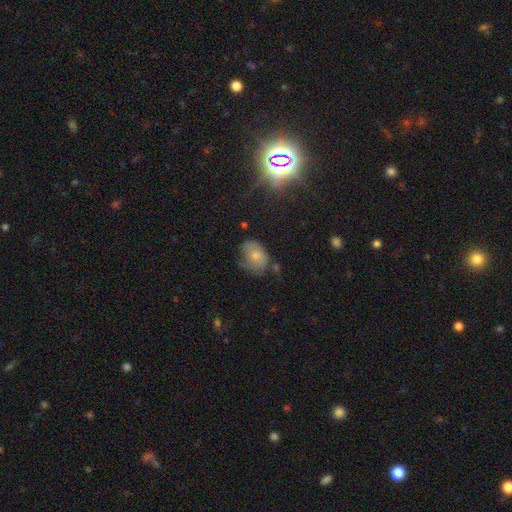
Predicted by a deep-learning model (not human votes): Smooth or featured? smooth (61%)
How rounded? in between (69%)
Merging? none (40%)